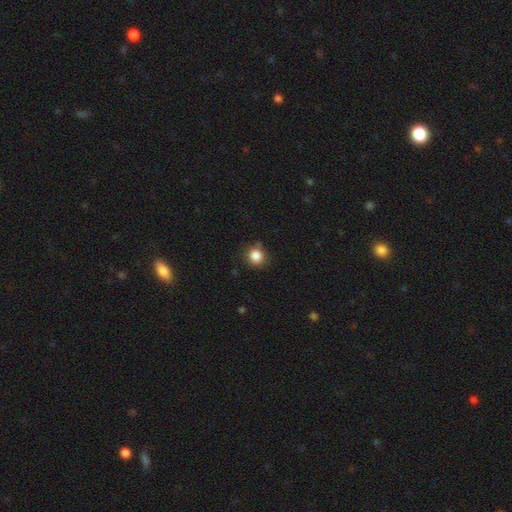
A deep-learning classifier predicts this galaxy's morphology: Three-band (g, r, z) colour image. It shows a smooth galaxy with no disk features (85%) that is round (87%). Merging: none (82%).